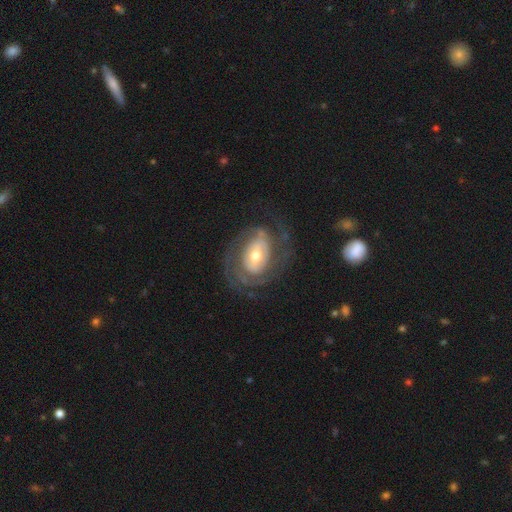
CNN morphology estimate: Smooth or featured?
  - featured or disk: 85% *
  - smooth: 10%
  - star or artifact: 5%
Edge-on disk?
  - no: 97% *
  - yes: 3%
Bar?
  - no: 46% *
  - weak: 35%
  - strong: 19%
Spiral arms?
  - yes: 90% *
  - no: 10%
Spiral winding?
  - tight: 59% *
  - medium: 31%
  - loose: 10%
Spiral arm count?
  - 2: 45% *
  - can't tell: 26%
  - 3: 15%
  - 1: 6%
  - 4: 5%
  - more than 4: 4%
Bulge size?
  - moderate: 60% *
  - small: 32%
  - large: 7%
  - dominant: 1%
  - none: 1%
Merging?
  - none: 69% *
  - minor disturbance: 16%
  - major disturbance: 14%
  - merger: 2%